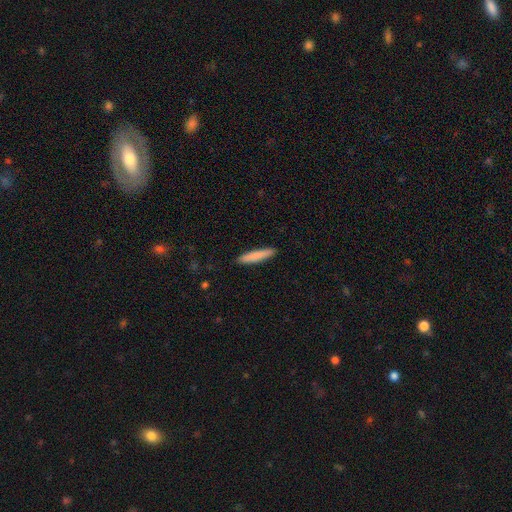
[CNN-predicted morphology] Q: Smooth or featured?
A: smooth (84%); runner-up: featured or disk (11%)
Q: How rounded?
A: cigar-shaped (90%); runner-up: in between (9%)
Q: Merging?
A: none (90%); runner-up: minor disturbance (7%)